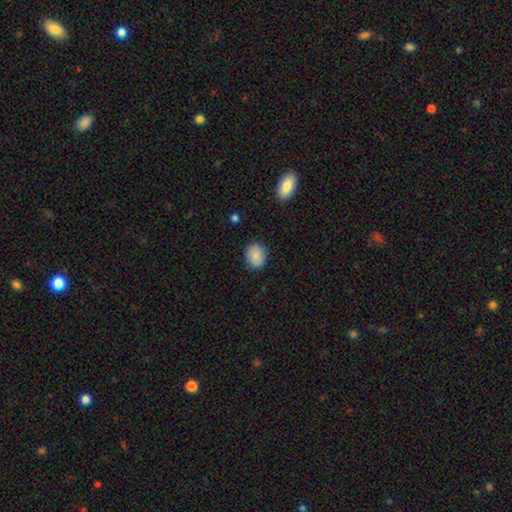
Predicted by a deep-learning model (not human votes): Smooth or featured? Predicted: smooth (p=0.85). How rounded? Predicted: round (p=0.61). Merging? Predicted: none (p=0.85).